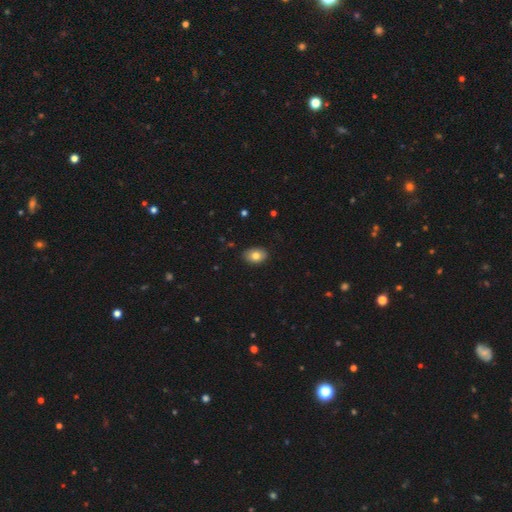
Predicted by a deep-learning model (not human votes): Smooth or featured?
  - smooth: 81% *
  - featured or disk: 11%
  - star or artifact: 8%
How rounded?
  - in between: 83% *
  - round: 16%
  - cigar-shaped: 1%
Merging?
  - none: 87% *
  - minor disturbance: 10%
  - major disturbance: 2%
  - merger: 1%